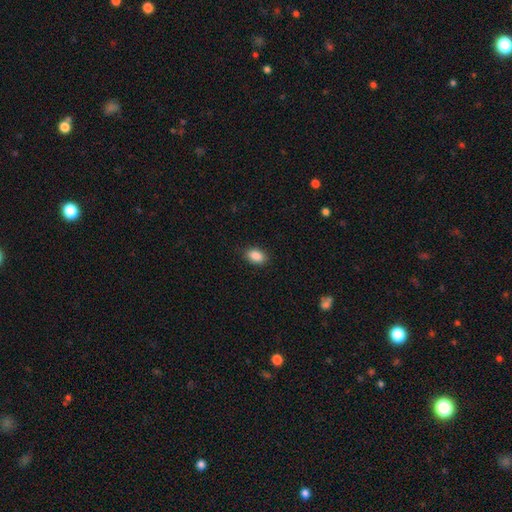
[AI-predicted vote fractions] smooth-or-featured: smooth: 89% | star or artifact: 8% | featured or disk: 3%
  how-rounded: in between: 87% | round: 12% | cigar-shaped: 1%
  merging: none: 88% | minor disturbance: 9% | major disturbance: 2% | merger: 1%